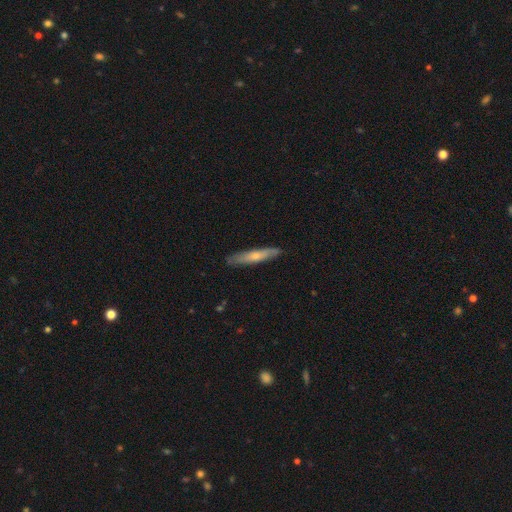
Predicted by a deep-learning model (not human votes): Morphology: type=smooth (49%); merging=none (86%).